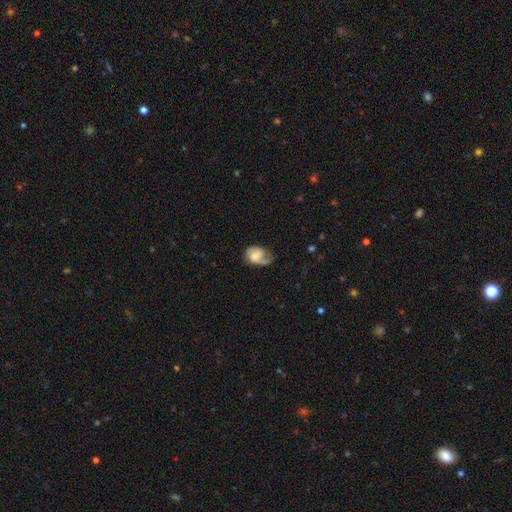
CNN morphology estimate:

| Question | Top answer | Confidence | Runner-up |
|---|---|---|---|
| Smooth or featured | featured or disk | 57% | smooth (35%) |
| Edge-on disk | no | 97% | yes (3%) |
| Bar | no | 60% | weak (33%) |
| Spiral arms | yes | 87% | no (13%) |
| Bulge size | small | 31% | tied: moderate (31%) |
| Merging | none | 40% | minor disturbance (30%) |